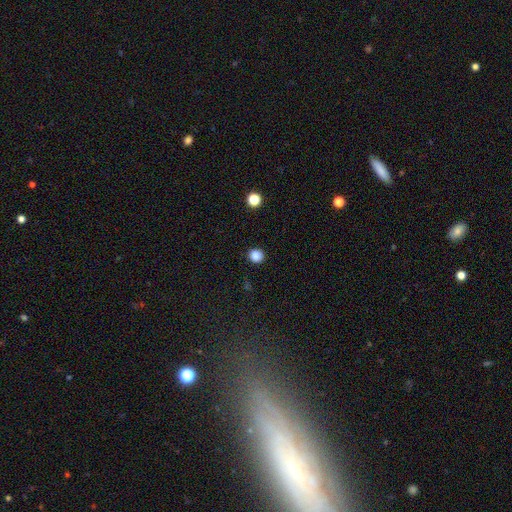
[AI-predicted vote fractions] A smooth galaxy with no disk features (86%) that is round (88%).

Vote fractions:
- Smooth or featured? smooth: 86% / star or artifact: 11% / featured or disk: 3%
- How rounded? round: 88% / in between: 11% / cigar-shaped: 1%
- Merging? none: 91% / minor disturbance: 6% / major disturbance: 2% / merger: 1%